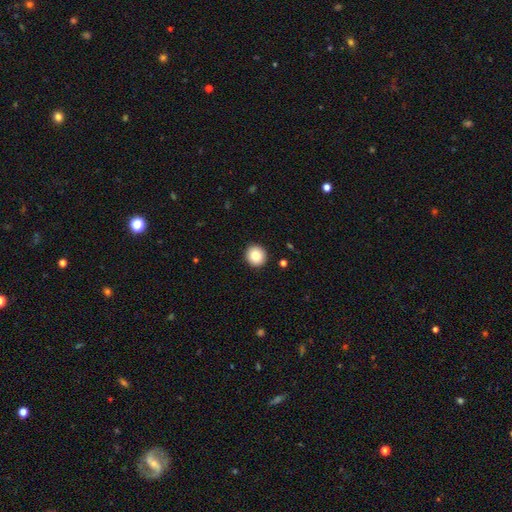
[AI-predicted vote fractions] Q: Smooth or featured?
A: smooth (87%); runner-up: star or artifact (8%)
Q: How rounded?
A: round (93%); runner-up: in between (6%)
Q: Merging?
A: none (92%); runner-up: minor disturbance (5%)